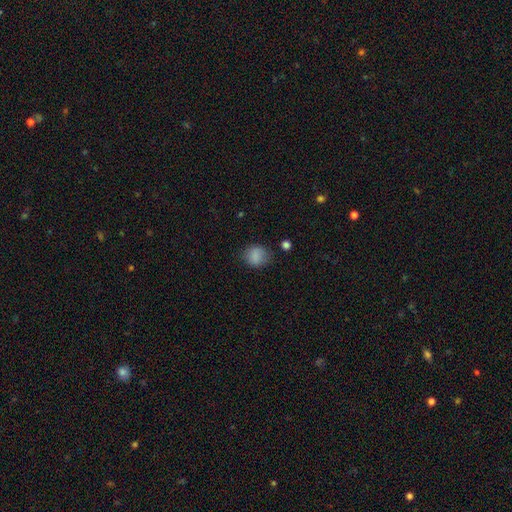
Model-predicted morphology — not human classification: smooth-or-featured: smooth: 85% | star or artifact: 10% | featured or disk: 5%
  how-rounded: round: 73% | in between: 26% | cigar-shaped: 1%
  merging: none: 76% | minor disturbance: 17% | major disturbance: 5% | merger: 2%